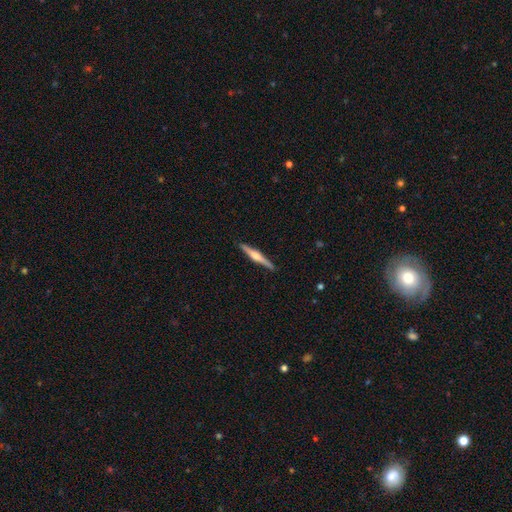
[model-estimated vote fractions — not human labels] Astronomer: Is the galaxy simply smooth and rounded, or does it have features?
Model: featured or disk — 72%.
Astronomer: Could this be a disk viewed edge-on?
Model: yes — 98%.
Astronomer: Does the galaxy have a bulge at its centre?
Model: rounded — 87%.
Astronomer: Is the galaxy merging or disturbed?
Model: none — 91%.